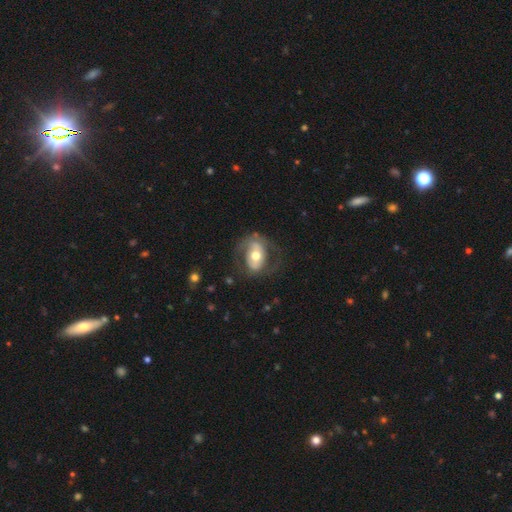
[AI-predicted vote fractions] smooth_or_featured: featured or disk (p=0.61) [alt: smooth p=0.34]
disk_edge_on: no (p=0.94) [alt: yes p=0.06]
bar: no (p=0.45) [alt: weak p=0.30]
has_spiral_arms: yes (p=0.58) [alt: no p=0.42]
bulge_size: moderate (p=0.71) [alt: large p=0.16]
merging: none (p=0.61) [alt: minor disturbance p=0.20]